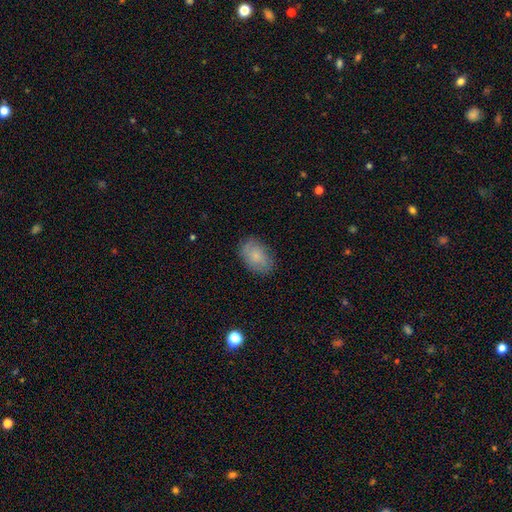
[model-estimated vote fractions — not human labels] Q: Smooth or featured?
A: smooth (72%); runner-up: featured or disk (20%)
Q: How rounded?
A: in between (85%); runner-up: round (13%)
Q: Merging?
A: none (80%); runner-up: minor disturbance (15%)